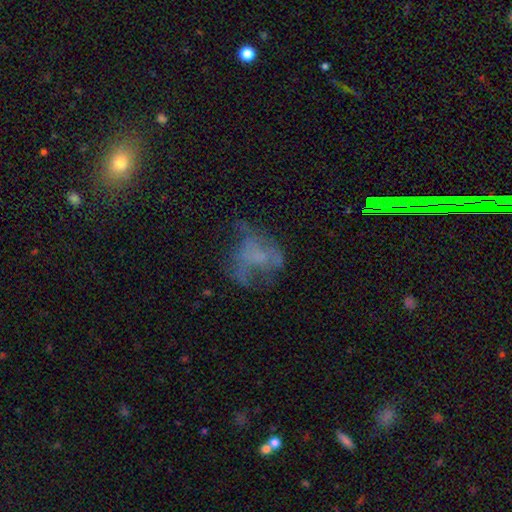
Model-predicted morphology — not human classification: smooth_or_featured: featured or disk (p=0.49) [alt: smooth p=0.31]
merging: none (p=0.41) [alt: major disturbance p=0.34]